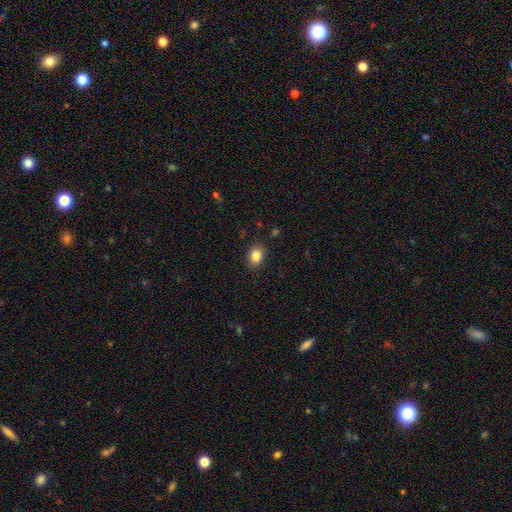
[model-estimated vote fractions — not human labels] The model was most divided on "how rounded": in between: 72%, round: 27%, cigar-shaped: 1%. More confident: merging — none (88%); smooth or featured — smooth (85%).